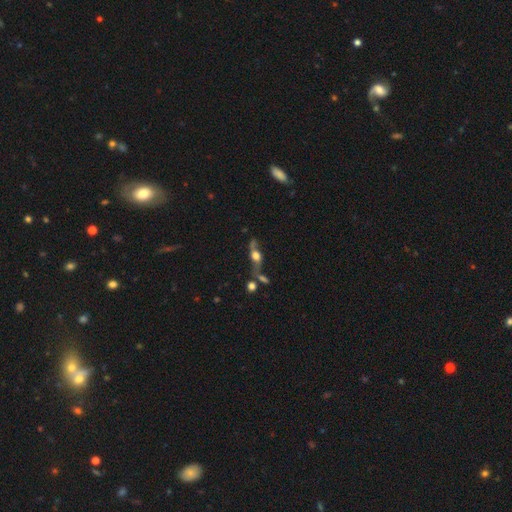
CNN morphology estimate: A featured or disk galaxy (59%) viewed edge-on (70%). Merging: none (50%).